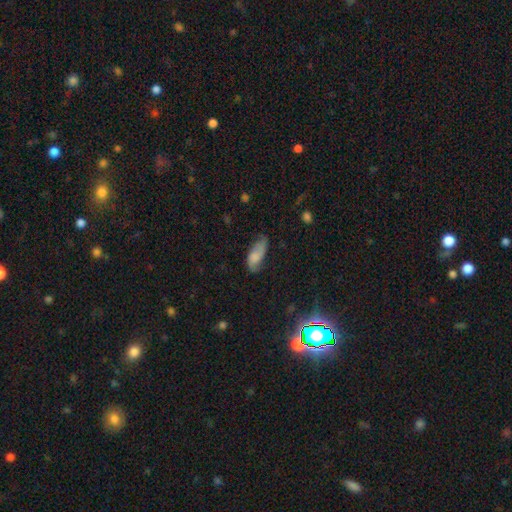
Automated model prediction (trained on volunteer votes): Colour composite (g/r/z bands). It shows a smooth galaxy with no disk features (67%) that is in between round and cigar-shaped (84%). Merging: none (47%).